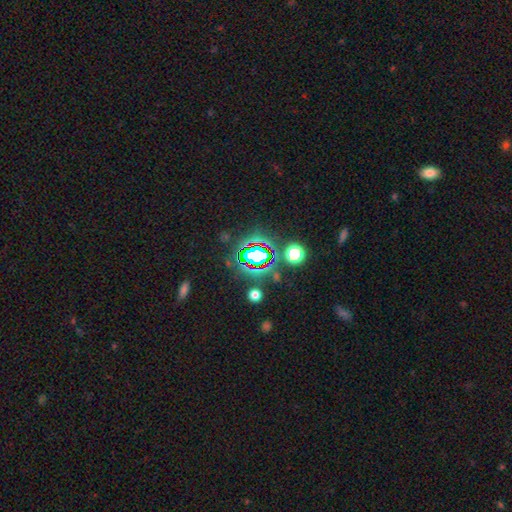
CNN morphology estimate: smooth_or_featured: star or artifact (p=0.69) [alt: smooth p=0.18]